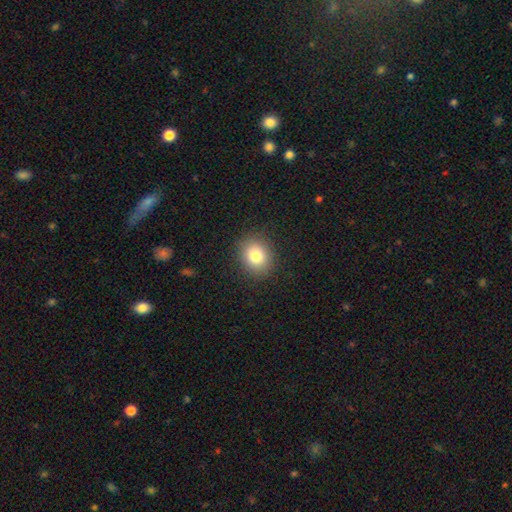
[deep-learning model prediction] Smooth or featured: smooth — 80% (star or artifact — 11%)
How rounded: round — 70% (in between — 29%)
Merging: none — 89% (minor disturbance — 7%)